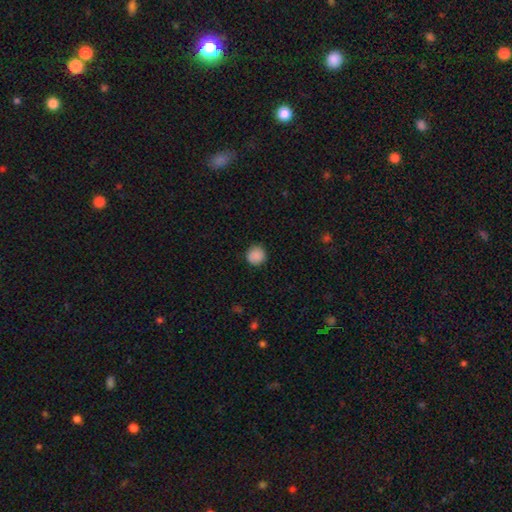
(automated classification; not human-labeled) Q: Smooth or featured?
A: smooth (89%); runner-up: star or artifact (9%)
Q: How rounded?
A: round (93%); runner-up: in between (6%)
Q: Merging?
A: none (89%); runner-up: minor disturbance (8%)